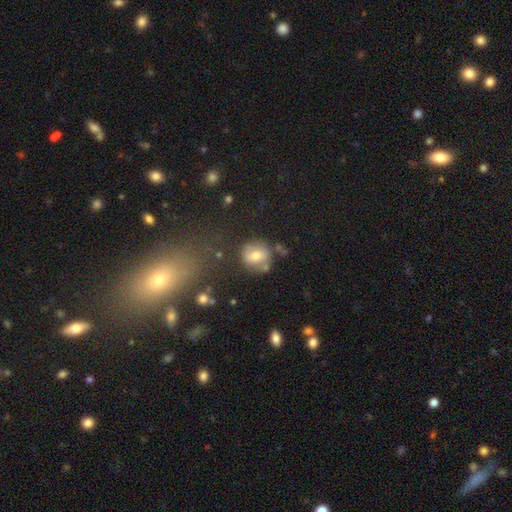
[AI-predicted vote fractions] Morphology: type=smooth (56%); roundness=round (80%); merging=none (68%).